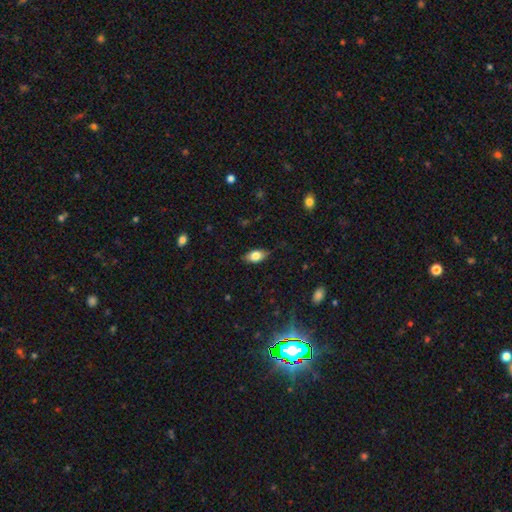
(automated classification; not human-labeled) This is likely a smooth galaxy (76%). How rounded: clearly in between (88%). Merging: likely none (77%).